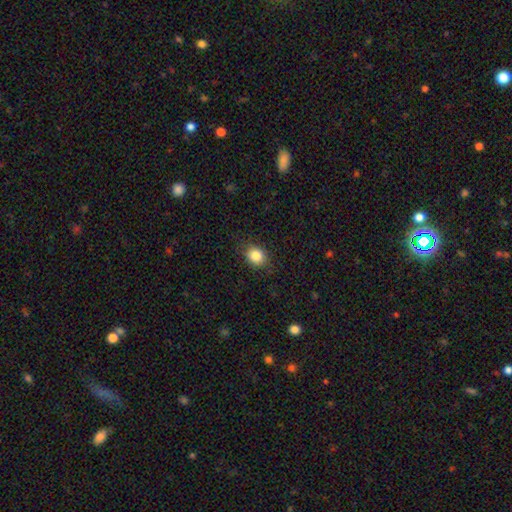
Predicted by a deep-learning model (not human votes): Overall: smooth (84%). How rounded: round (58%; in between 42%). Merging: none (84%).